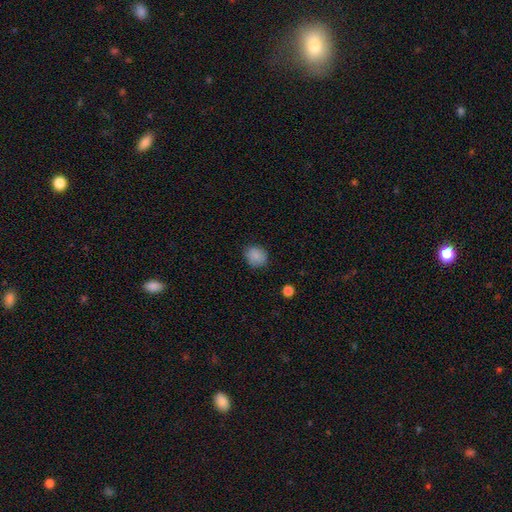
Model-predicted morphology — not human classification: Smooth or featured? smooth (87%)
How rounded? round (71%)
Merging? none (84%)